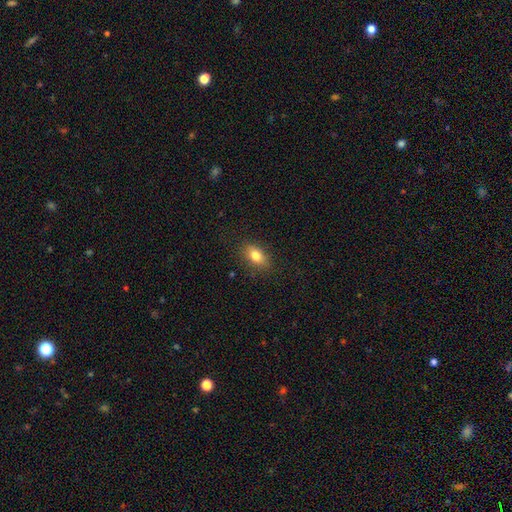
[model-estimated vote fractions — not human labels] Smooth or featured? Predicted: smooth (p=0.79). How rounded? Predicted: in between (p=0.83). Merging? Predicted: none (p=0.86).